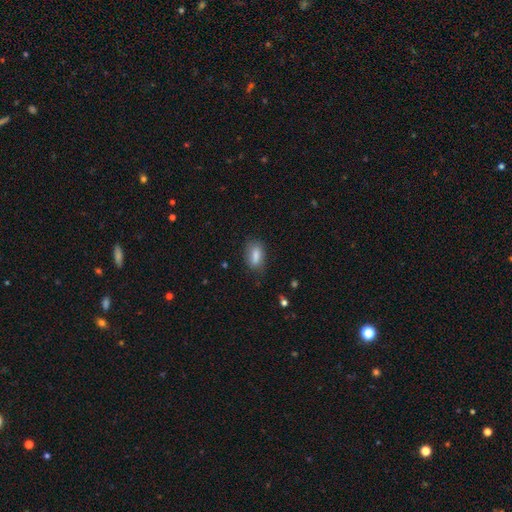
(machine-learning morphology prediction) This is clearly a smooth galaxy (81%). How rounded: clearly in between (84%). Merging: likely none (69%).